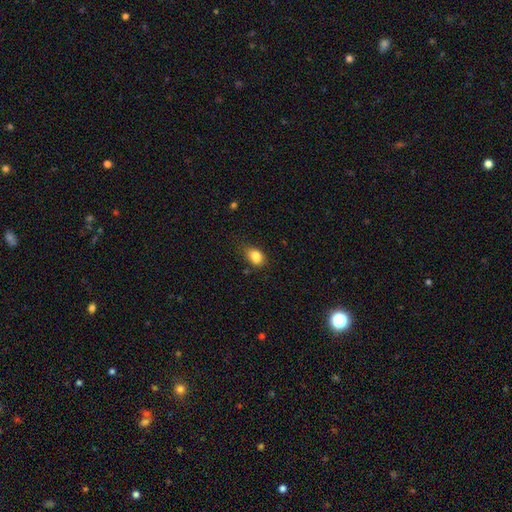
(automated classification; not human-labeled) Smooth or featured? smooth (84%)
How rounded? in between (77%)
Merging? none (68%)